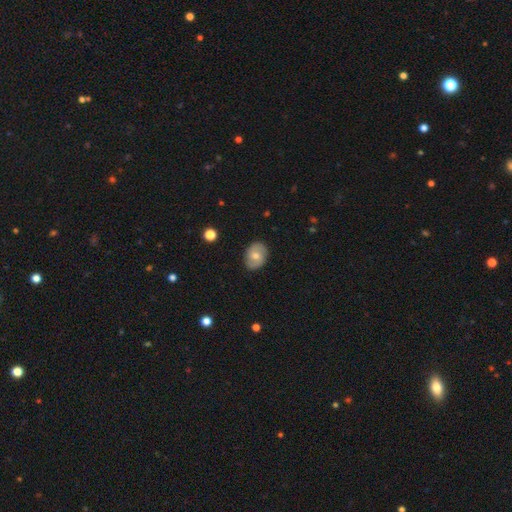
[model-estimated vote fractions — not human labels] Overall: smooth (57%; featured or disk 36%). How rounded: in between (65%; round 34%). Merging: none (85%).